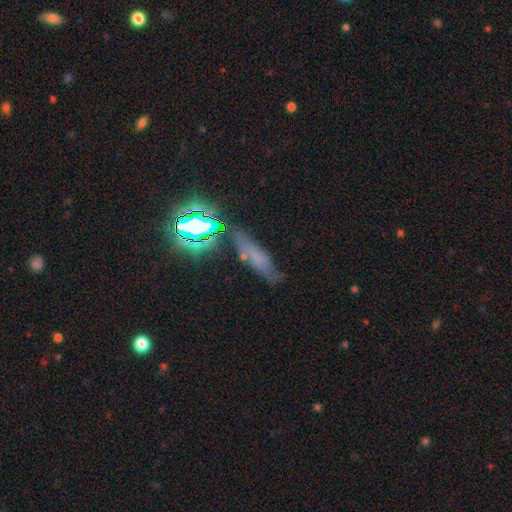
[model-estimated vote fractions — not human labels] The model was most divided on "smooth or featured": smooth: 42%, star or artifact: 32%, featured or disk: 26%. More confident: merging — none (64%).